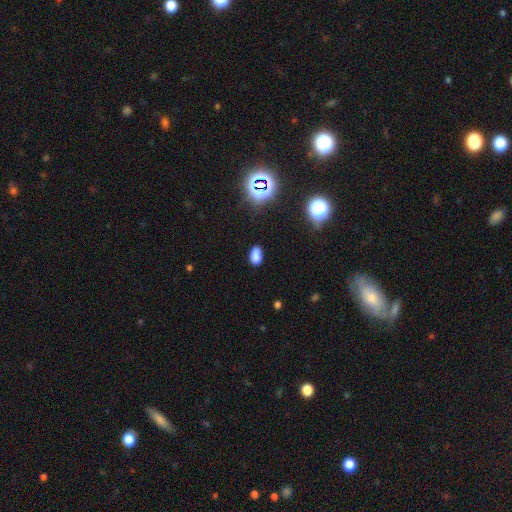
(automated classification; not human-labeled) smooth-or-featured: smooth: 78% | star or artifact: 17% | featured or disk: 5%
  how-rounded: in between: 90% | round: 8% | cigar-shaped: 2%
  merging: none: 77% | minor disturbance: 17% | major disturbance: 4% | merger: 2%